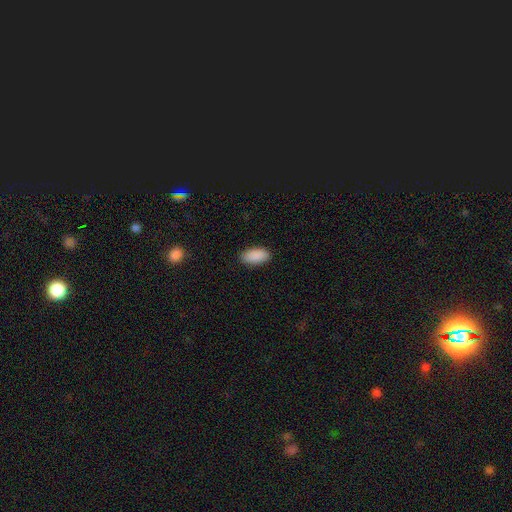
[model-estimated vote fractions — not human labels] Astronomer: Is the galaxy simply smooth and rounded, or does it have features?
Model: smooth — 90%.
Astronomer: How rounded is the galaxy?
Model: in between — 94%.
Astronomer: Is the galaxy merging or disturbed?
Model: none — 88%.